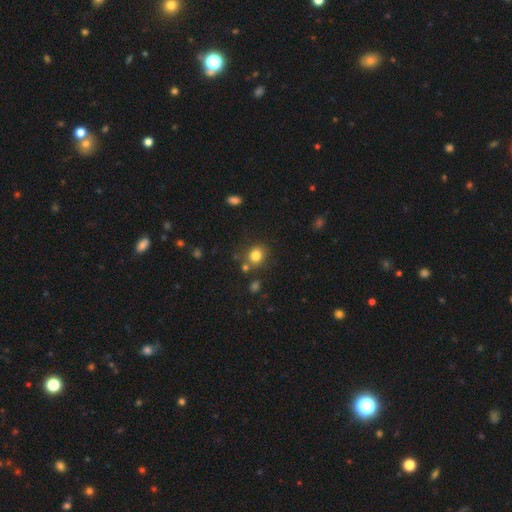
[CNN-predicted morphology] This appears to be a smooth galaxy with no disk features (81%) that is round (75%). Merging: none (75%).